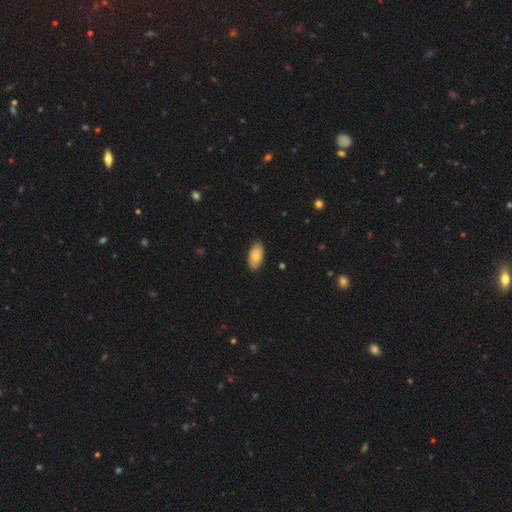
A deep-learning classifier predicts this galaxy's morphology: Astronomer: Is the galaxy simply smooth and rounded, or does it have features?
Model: smooth — 81%.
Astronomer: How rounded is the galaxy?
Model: in between — 94%.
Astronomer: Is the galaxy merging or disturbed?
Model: none — 87%.